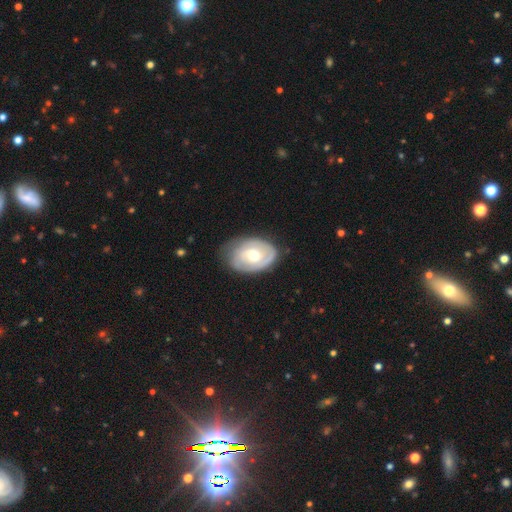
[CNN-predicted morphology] Overall: featured or disk (64%; smooth 28%). Edge-on disk: no (95%). Bar: no (65%; weak 27%). Spiral arms: yes (72%). Bulge size: moderate (74%). Merging: none (74%).